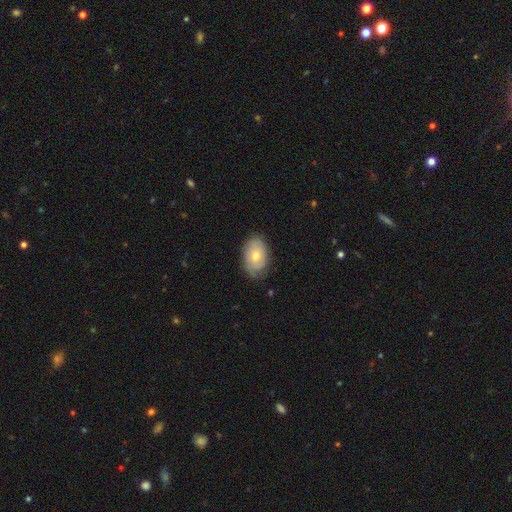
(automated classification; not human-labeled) This is possibly a smooth galaxy (55%). How rounded: clearly in between (86%). Merging: likely none (76%).